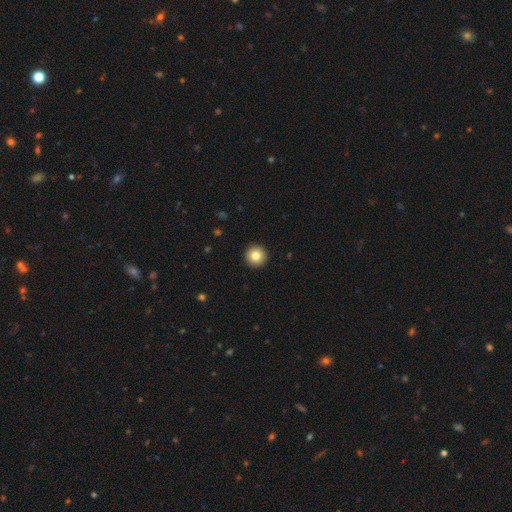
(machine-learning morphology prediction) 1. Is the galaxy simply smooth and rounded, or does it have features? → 82% smooth, 9% star or artifact, 8% featured or disk.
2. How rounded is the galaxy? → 96% round, 3% in between, 1% cigar-shaped.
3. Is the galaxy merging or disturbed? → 94% none, 4% minor disturbance, 1% major disturbance, 1% merger.